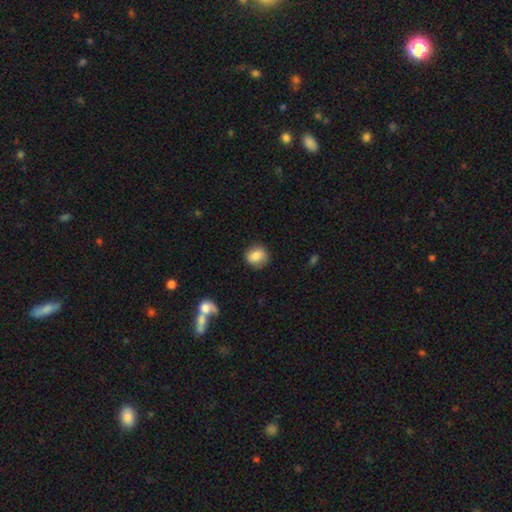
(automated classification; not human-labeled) Overall: smooth (82%). How rounded: round (70%). Merging: none (82%).